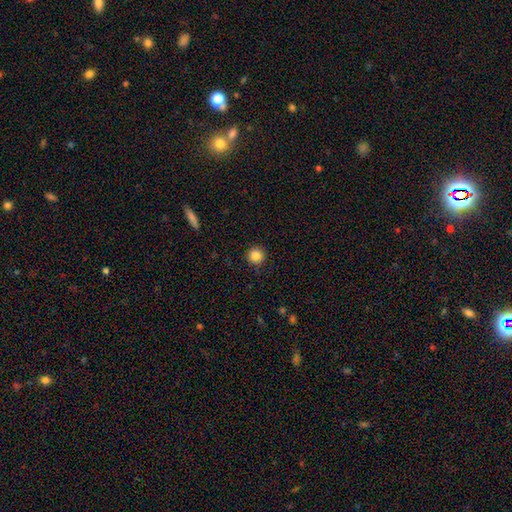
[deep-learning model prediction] Smooth or featured? smooth (85%)
How rounded? round (95%)
Merging? none (91%)